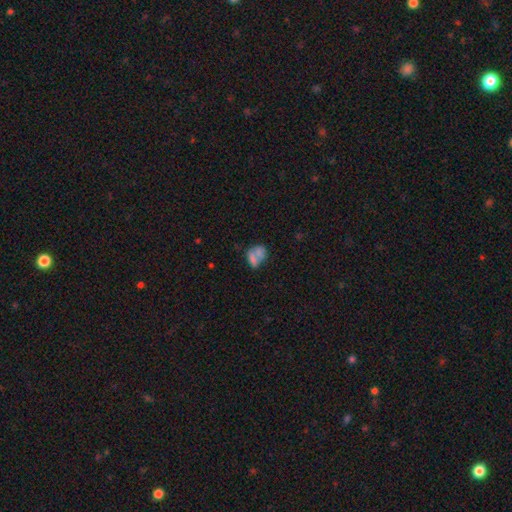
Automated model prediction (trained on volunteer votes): smooth_or_featured: smooth (p=0.63) [alt: featured or disk p=0.23]
how_rounded: in between (p=0.62) [alt: round p=0.35]
merging: merger (p=0.44) [alt: none p=0.30]